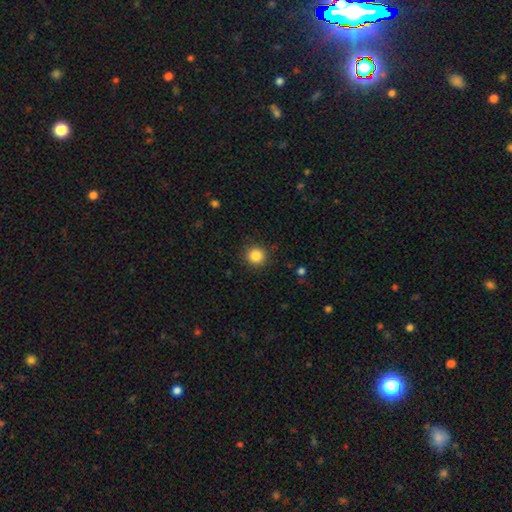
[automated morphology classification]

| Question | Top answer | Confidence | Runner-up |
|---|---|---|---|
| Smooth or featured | smooth | 85% | star or artifact (11%) |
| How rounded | round | 94% | in between (5%) |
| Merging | none | 90% | minor disturbance (6%) |